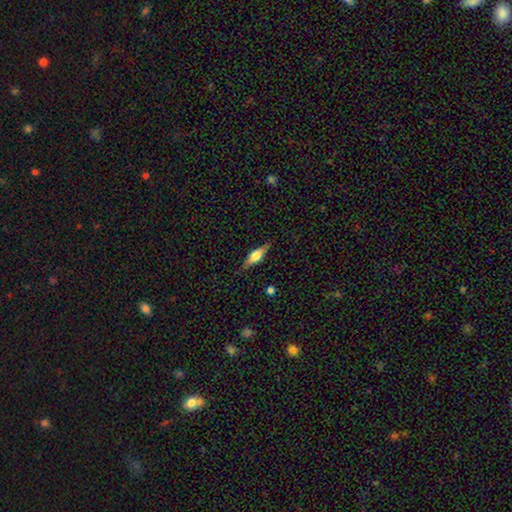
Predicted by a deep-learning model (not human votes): This appears to be a featured or disk galaxy (50%) viewed edge-on (94%). Merging: none (85%).